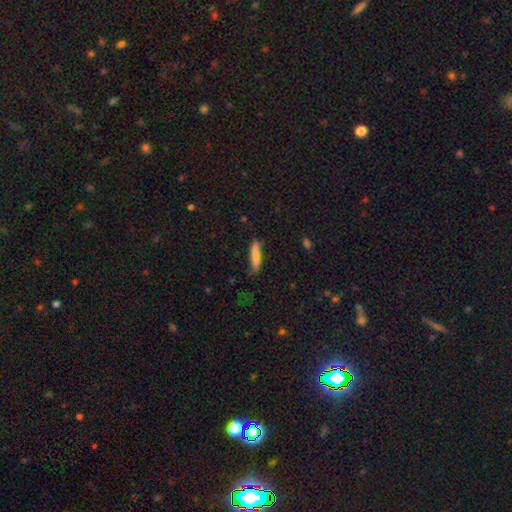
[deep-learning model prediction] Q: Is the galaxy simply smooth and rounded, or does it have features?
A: smooth — 81%.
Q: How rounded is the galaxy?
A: cigar-shaped — 86%.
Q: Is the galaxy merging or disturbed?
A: none — 75%.